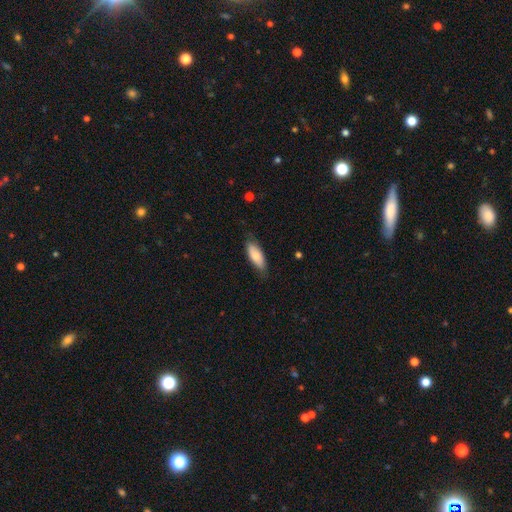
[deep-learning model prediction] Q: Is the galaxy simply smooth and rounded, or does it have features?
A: smooth — 77%.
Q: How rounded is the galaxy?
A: in between — 75%.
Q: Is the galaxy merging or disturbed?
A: none — 77%.